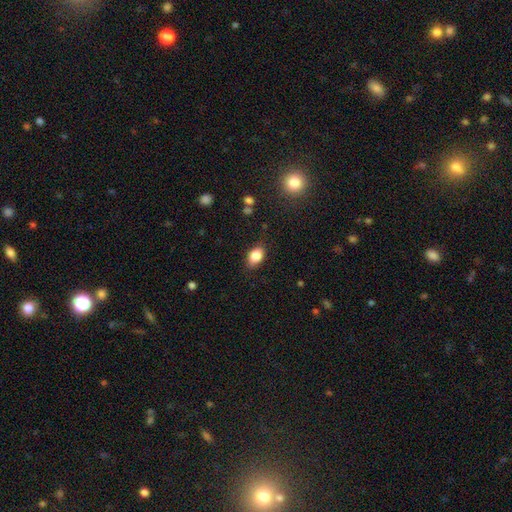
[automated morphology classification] Smooth or featured?
  - smooth: 84% *
  - star or artifact: 9%
  - featured or disk: 7%
How rounded?
  - in between: 84% *
  - round: 15%
  - cigar-shaped: 2%
Merging?
  - none: 82% *
  - minor disturbance: 14%
  - major disturbance: 3%
  - merger: 1%